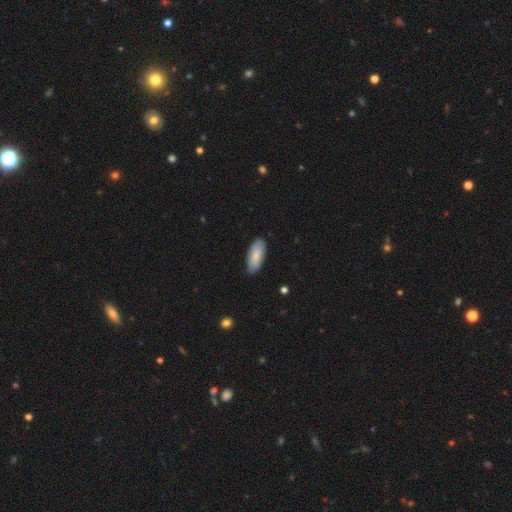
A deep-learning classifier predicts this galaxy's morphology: smooth_or_featured: smooth (p=0.84) [alt: featured or disk p=0.11]
how_rounded: in between (p=0.85) [alt: cigar-shaped p=0.13]
merging: none (p=0.84) [alt: minor disturbance p=0.13]